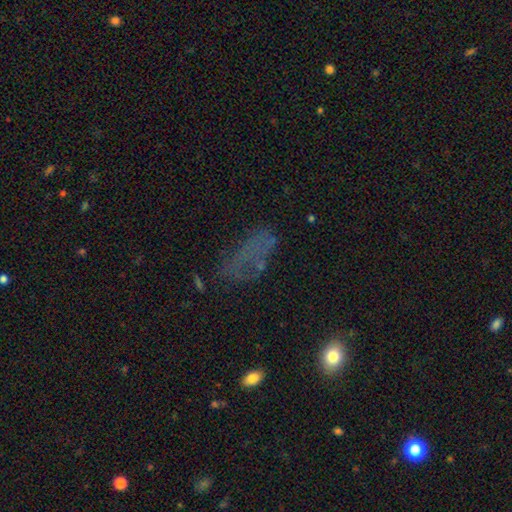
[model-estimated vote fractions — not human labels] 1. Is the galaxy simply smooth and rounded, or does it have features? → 48% smooth, 27% featured or disk, 25% star or artifact.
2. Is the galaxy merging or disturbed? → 49% none, 25% major disturbance, 21% minor disturbance, 5% merger.